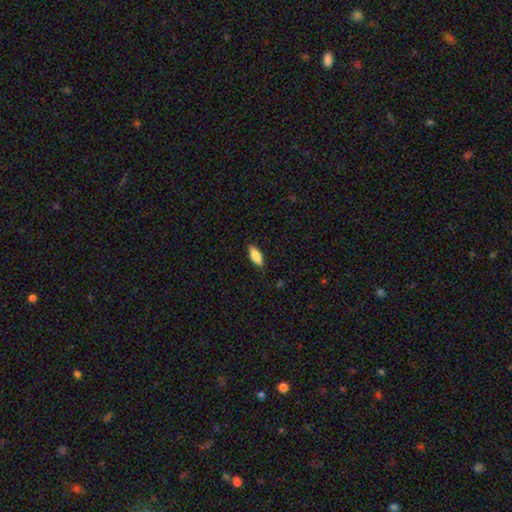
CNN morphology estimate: Overall: smooth (83%). How rounded: in between (72%). Merging: none (82%).